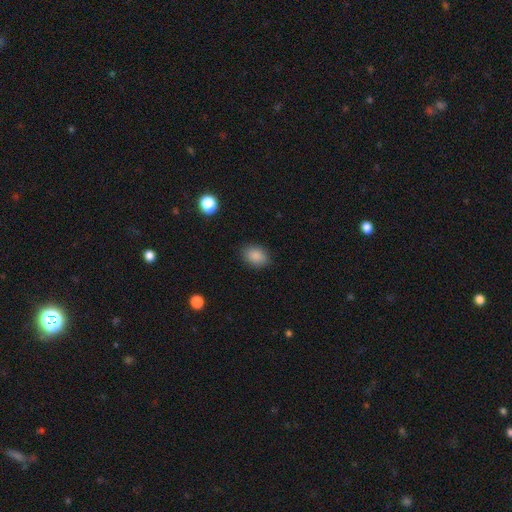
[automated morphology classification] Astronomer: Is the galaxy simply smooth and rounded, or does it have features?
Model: smooth — 87%.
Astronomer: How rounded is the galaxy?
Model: in between — 73%.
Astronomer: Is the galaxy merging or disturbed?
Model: none — 84%.